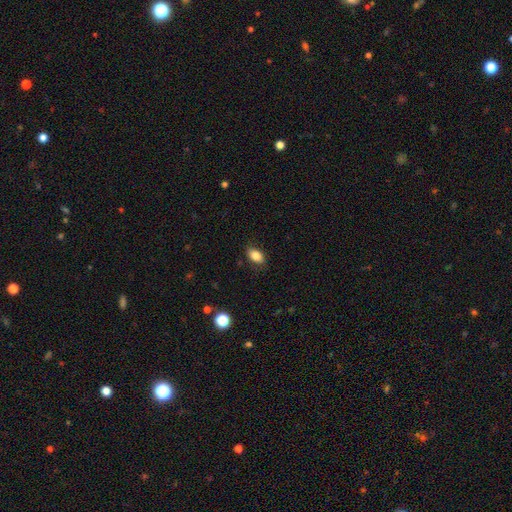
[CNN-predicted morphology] smooth_or_featured: smooth (p=0.84) [alt: star or artifact p=0.09]
how_rounded: in between (p=0.88) [alt: round p=0.11]
merging: none (p=0.83) [alt: minor disturbance p=0.13]